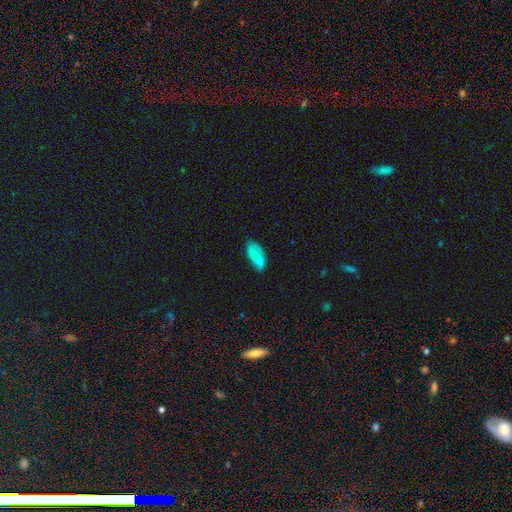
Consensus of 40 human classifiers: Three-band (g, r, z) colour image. It shows a smooth galaxy with no disk features (62%) that is in between round and cigar-shaped (100%). Merging: none (57%).